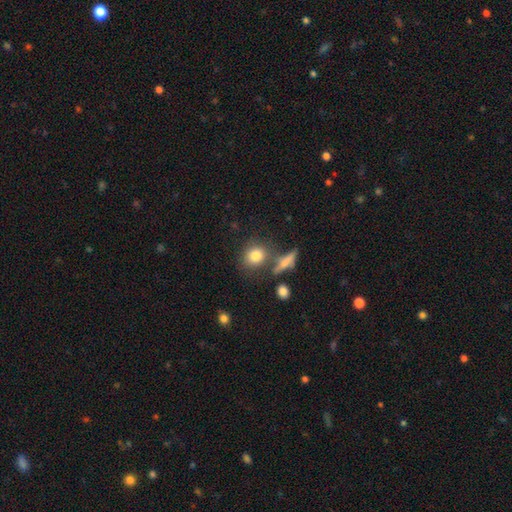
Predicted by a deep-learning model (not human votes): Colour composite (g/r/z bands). It shows a smooth galaxy with no disk features (80%) that is round (69%). Merging: none (65%).